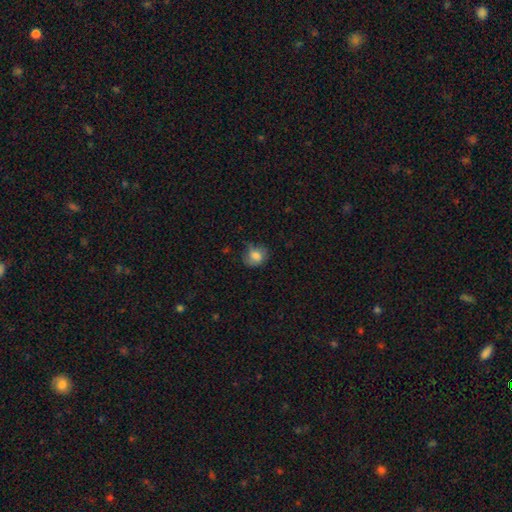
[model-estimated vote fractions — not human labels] This is likely a smooth galaxy (76%). How rounded: possibly round (58%). Merging: possibly none (54%).